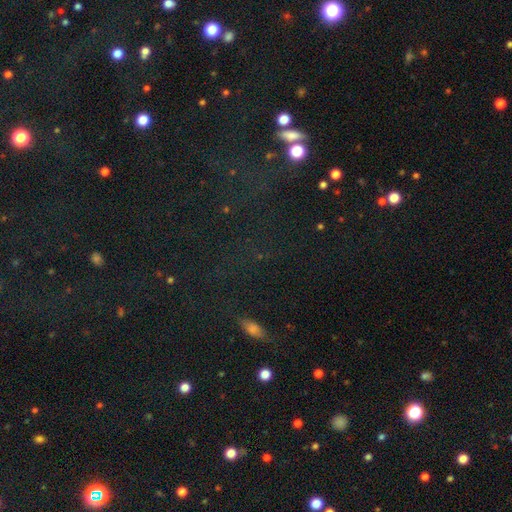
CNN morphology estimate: Smooth or featured? Predicted: star or artifact (p=0.70).